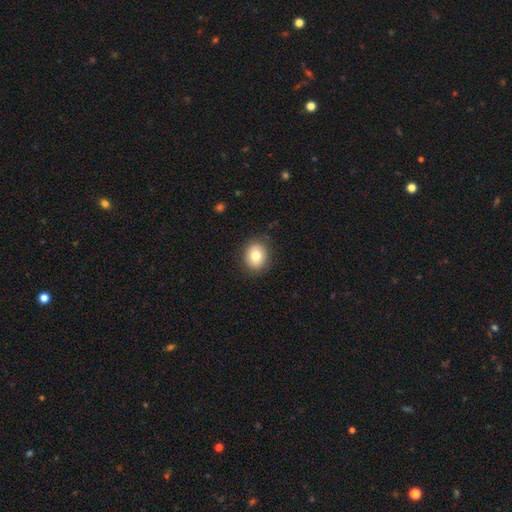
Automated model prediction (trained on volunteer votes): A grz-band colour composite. It shows a smooth galaxy with no disk features (80%) that is round (63%). Merging: none (87%).